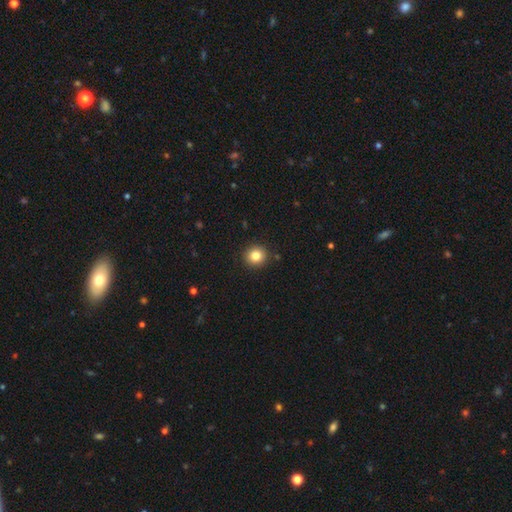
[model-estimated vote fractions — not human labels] The model was most divided on "smooth or featured": smooth: 83%, star or artifact: 11%, featured or disk: 7%. More confident: merging — none (91%); how rounded — round (90%).